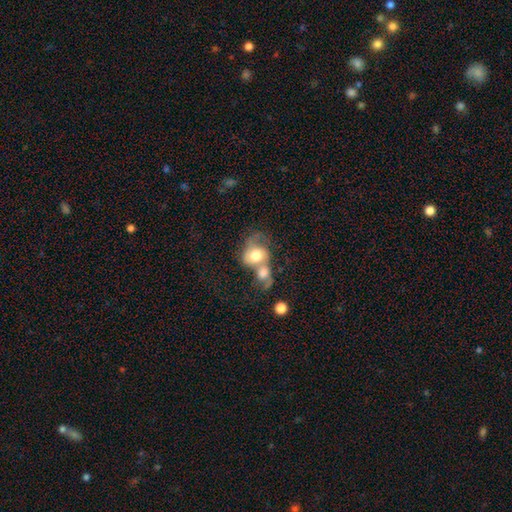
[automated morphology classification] smooth 58%, featured or disk 34%, star or artifact 8%. Down the decision tree: how rounded — round (57%); merging — merger (74%).